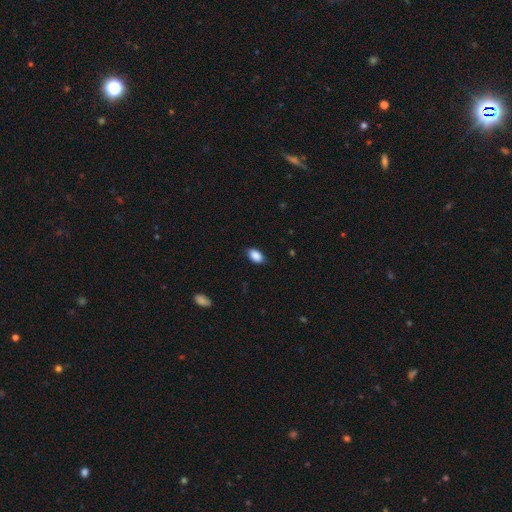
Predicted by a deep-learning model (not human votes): Smooth or featured? Predicted: smooth (p=0.89). How rounded? Predicted: in between (p=0.91). Merging? Predicted: none (p=0.84).